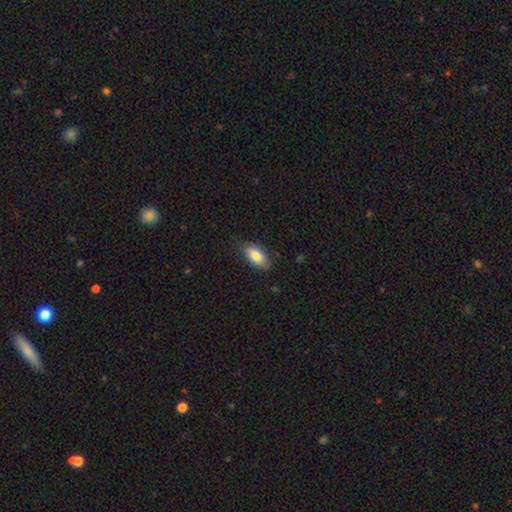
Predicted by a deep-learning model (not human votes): This appears to be a smooth galaxy with no disk features (84%) that is in between round and cigar-shaped (89%). Merging: none (79%).